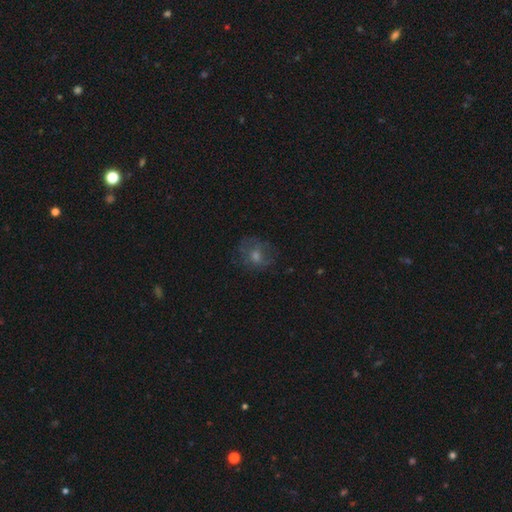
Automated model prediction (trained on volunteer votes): Smooth or featured: smooth — 45% (featured or disk — 33%)
Merging: none — 70% (minor disturbance — 18%)